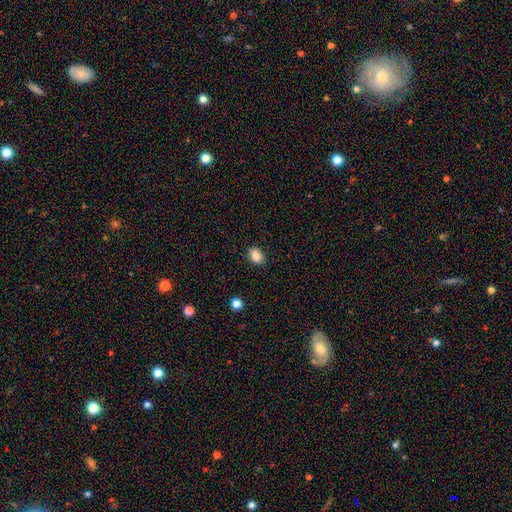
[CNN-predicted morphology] smooth-or-featured: smooth: 85% | star or artifact: 9% | featured or disk: 6%
  how-rounded: in between: 69% | round: 29% | cigar-shaped: 1%
  merging: none: 88% | minor disturbance: 9% | major disturbance: 2% | merger: 1%